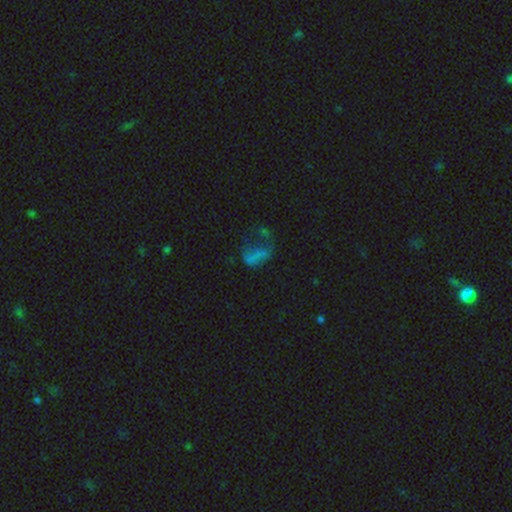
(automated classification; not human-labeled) Smooth or featured? Predicted: smooth (p=0.43). Merging? Predicted: major disturbance (p=0.44).